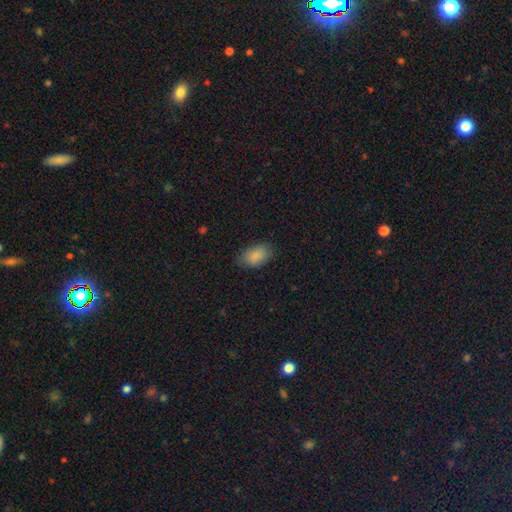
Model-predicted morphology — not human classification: Smooth or featured?
  - smooth: 88% *
  - star or artifact: 7%
  - featured or disk: 5%
How rounded?
  - in between: 93% *
  - round: 6%
  - cigar-shaped: 2%
Merging?
  - none: 81% *
  - minor disturbance: 15%
  - major disturbance: 4%
  - merger: 1%